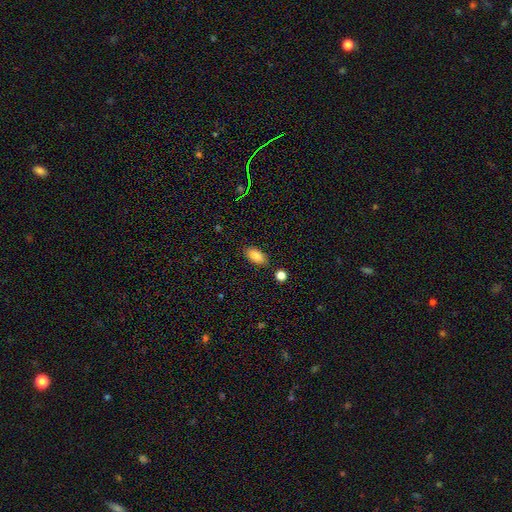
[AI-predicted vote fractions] smooth 84%, star or artifact 9%, featured or disk 7%. Down the decision tree: how rounded — in between (91%); merging — none (84%).